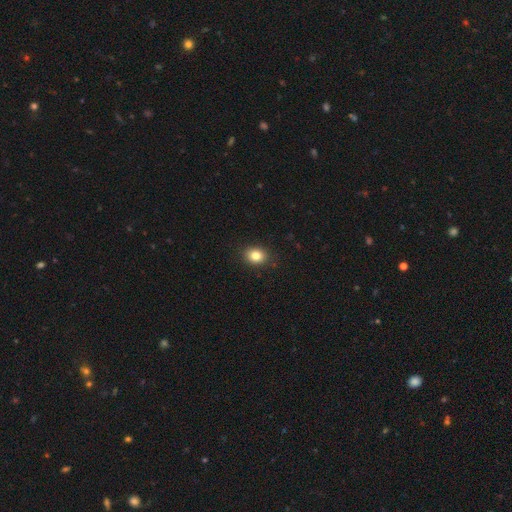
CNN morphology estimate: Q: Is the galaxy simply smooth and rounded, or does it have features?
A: smooth — 83%.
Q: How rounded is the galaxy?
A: in between — 52%.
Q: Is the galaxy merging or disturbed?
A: none — 90%.